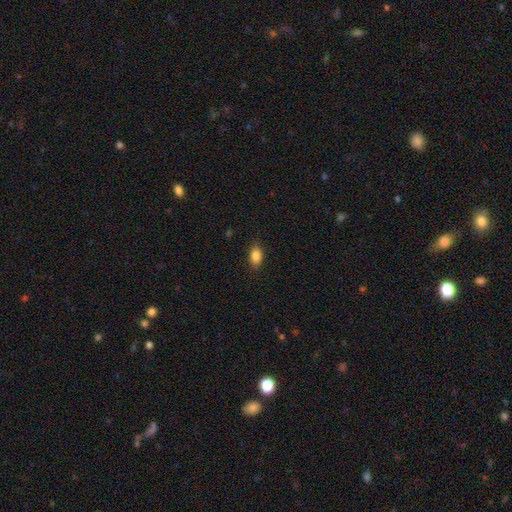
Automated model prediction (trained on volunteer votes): Q: Smooth or featured?
A: smooth (87%); runner-up: star or artifact (8%)
Q: How rounded?
A: in between (88%); runner-up: round (8%)
Q: Merging?
A: none (86%); runner-up: minor disturbance (10%)